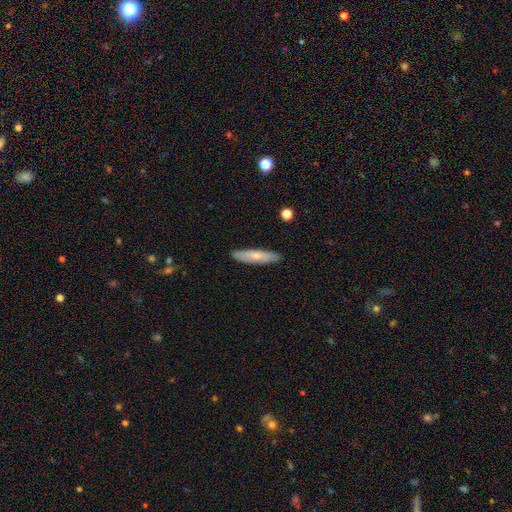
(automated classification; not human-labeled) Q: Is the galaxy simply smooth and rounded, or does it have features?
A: smooth — 63%.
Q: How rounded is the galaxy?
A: cigar-shaped — 78%.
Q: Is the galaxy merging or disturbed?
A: none — 88%.